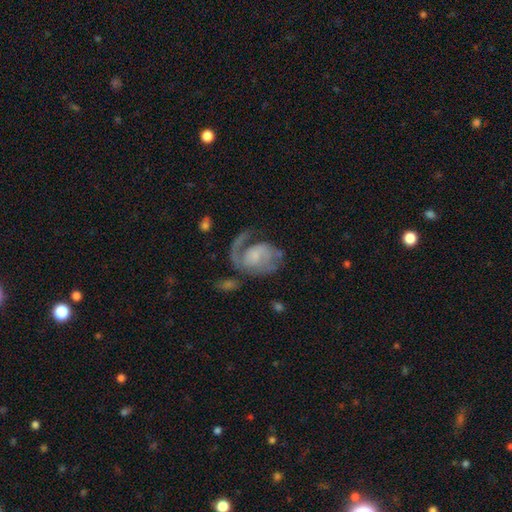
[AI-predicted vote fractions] Smooth or featured? Predicted: featured or disk (p=0.81). Edge-on disk? Predicted: no (p=0.98). Bar? Predicted: no (p=0.55). Spiral arms? Predicted: yes (p=0.92). Spiral winding? Predicted: medium (p=0.45). Spiral arm count? Predicted: 1 (p=0.54). Bulge size? Predicted: small (p=0.35). Merging? Predicted: none (p=0.44).